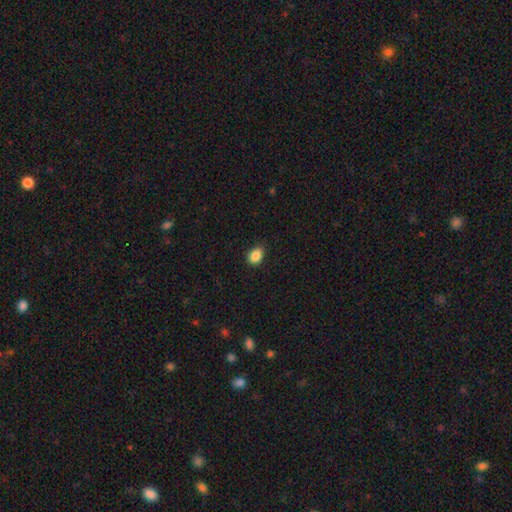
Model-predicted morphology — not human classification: Smooth or featured: smooth — 87% (star or artifact — 9%)
How rounded: in between — 72% (round — 27%)
Merging: none — 82% (minor disturbance — 15%)